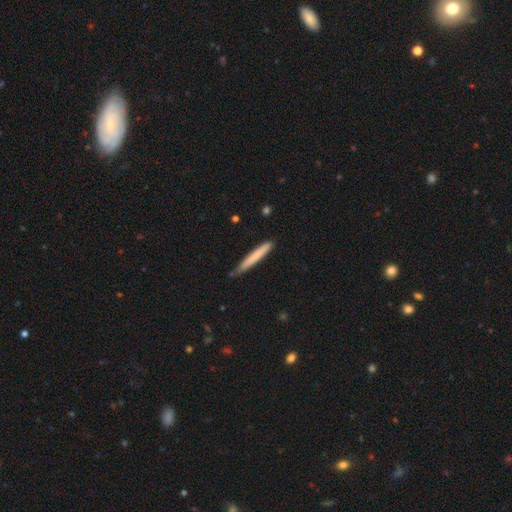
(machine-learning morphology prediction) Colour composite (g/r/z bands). It shows a smooth galaxy with no disk features (74%) that is cigar-shaped (97%). Merging: none (80%).